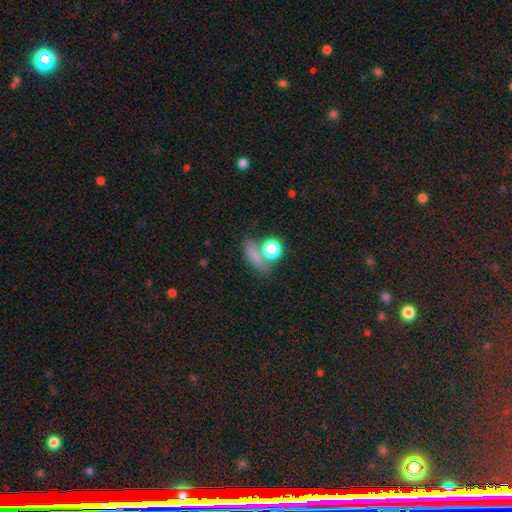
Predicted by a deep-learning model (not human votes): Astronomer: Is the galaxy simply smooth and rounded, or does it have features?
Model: smooth — 71%.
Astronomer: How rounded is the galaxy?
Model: in between — 40% (runner-up: round, 38%).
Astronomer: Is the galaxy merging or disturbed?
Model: none — 57%.